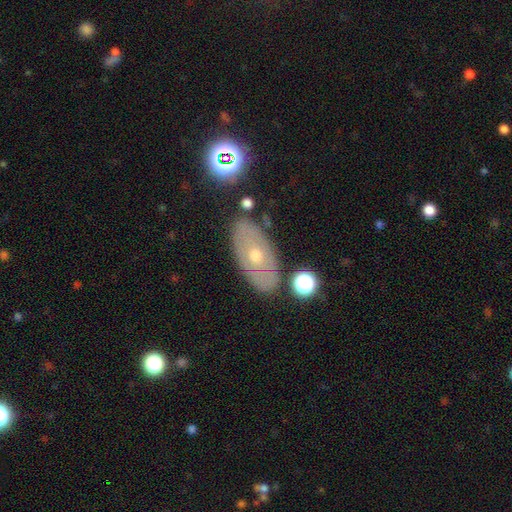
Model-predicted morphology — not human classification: A featured or disk galaxy (55%). Merging: none (78%).